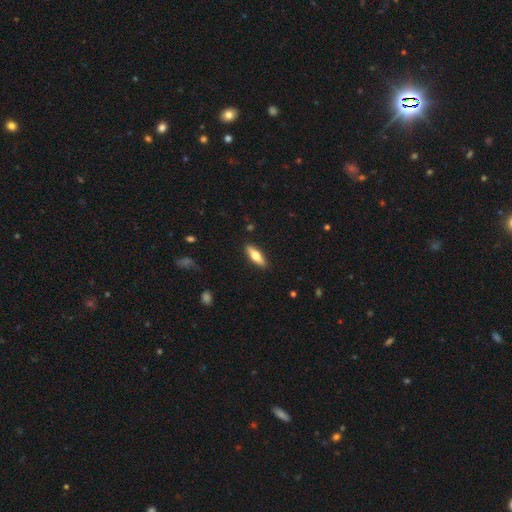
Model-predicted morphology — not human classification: A smooth galaxy with no disk features (55%) that is cigar-shaped (54%).

Vote fractions:
- Smooth or featured? smooth: 55% / featured or disk: 39% / star or artifact: 6%
- How rounded? cigar-shaped: 54% / in between: 44% / round: 2%
- Merging? none: 89% / minor disturbance: 8% / major disturbance: 2% / merger: 1%